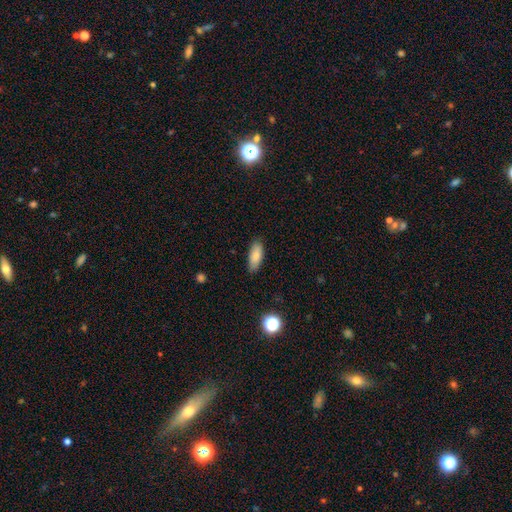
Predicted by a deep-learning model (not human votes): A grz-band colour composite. It shows a smooth galaxy with no disk features (84%) that is in between round and cigar-shaped (77%). Merging: none (85%).